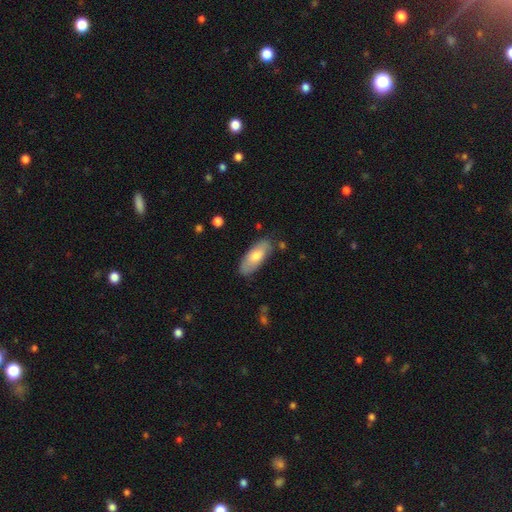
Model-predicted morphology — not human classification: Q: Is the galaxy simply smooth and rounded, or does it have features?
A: smooth — 70%.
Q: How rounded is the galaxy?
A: in between — 79%.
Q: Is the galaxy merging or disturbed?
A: none — 80%.